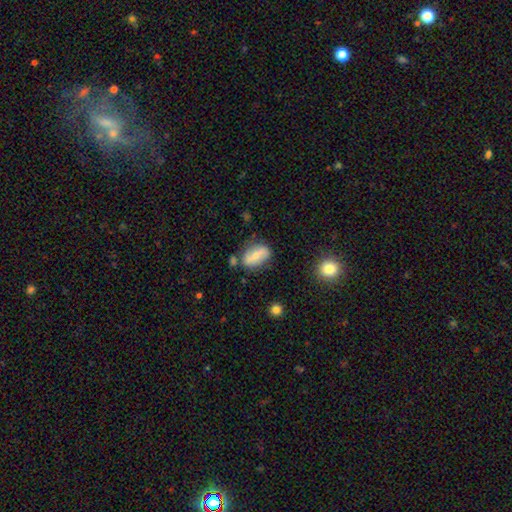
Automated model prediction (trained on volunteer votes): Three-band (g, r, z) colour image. It shows a smooth galaxy with no disk features (51%) that is in between round and cigar-shaped (85%). Merging: none (70%).